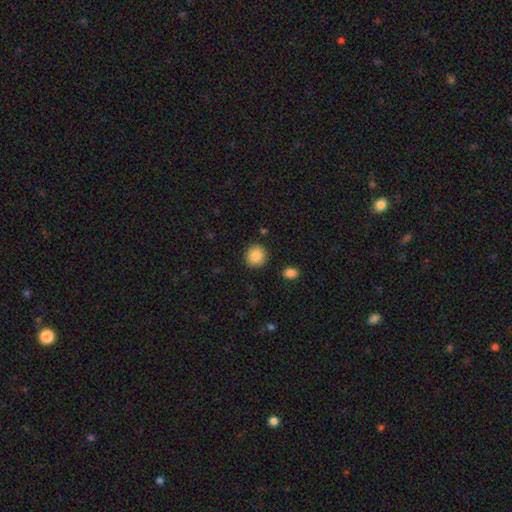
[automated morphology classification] smooth 87%, star or artifact 8%, featured or disk 4%. Down the decision tree: how rounded — round (89%); merging — none (89%).